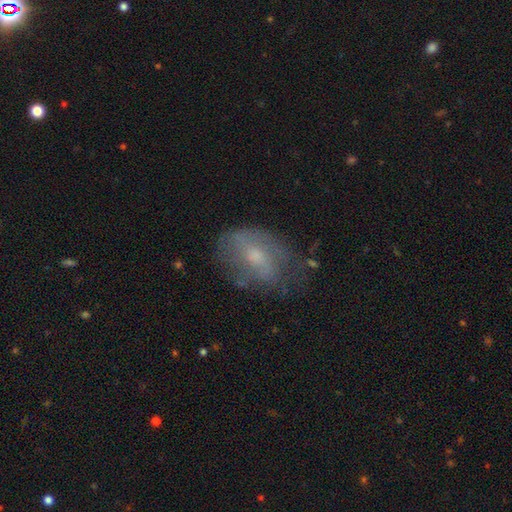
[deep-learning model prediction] smooth-or-featured: featured or disk: 51% | smooth: 39% | star or artifact: 10%
  disk-edge-on: no: 94% | yes: 6%
  merging: none: 55% | minor disturbance: 27% | major disturbance: 16% | merger: 2%